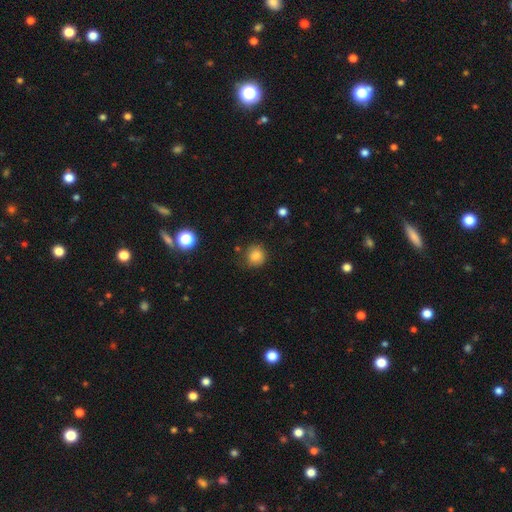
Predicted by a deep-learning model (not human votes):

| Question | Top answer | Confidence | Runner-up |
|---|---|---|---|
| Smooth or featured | smooth | 84% | star or artifact (11%) |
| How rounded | round | 89% | in between (10%) |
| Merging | none | 78% | minor disturbance (16%) |